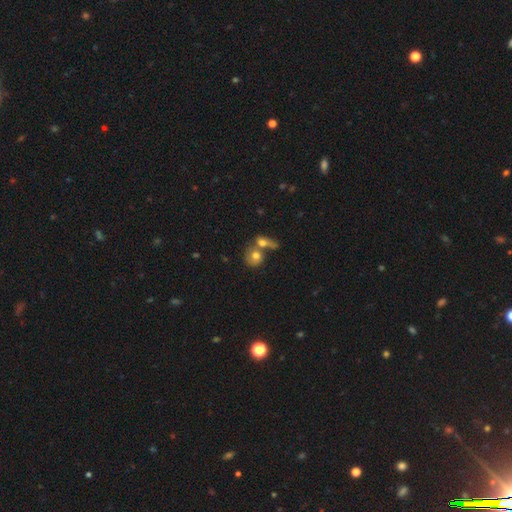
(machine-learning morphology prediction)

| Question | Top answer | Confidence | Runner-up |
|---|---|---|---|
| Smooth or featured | smooth | 68% | featured or disk (22%) |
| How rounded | round | 66% | in between (31%) |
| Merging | merger | 60% | none (26%) |